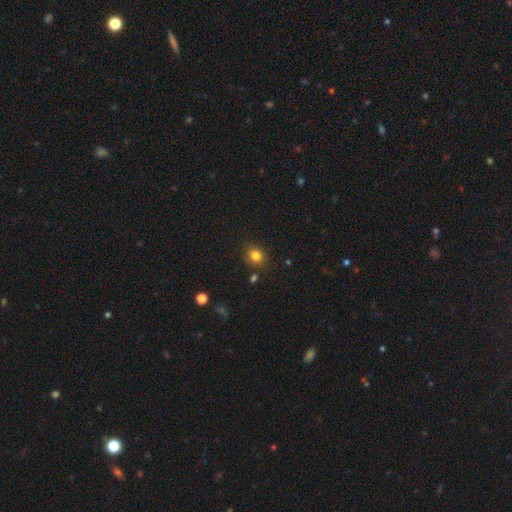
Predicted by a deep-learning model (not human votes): smooth 81%, star or artifact 13%, featured or disk 6%. Down the decision tree: how rounded — round (72%); merging — none (84%).